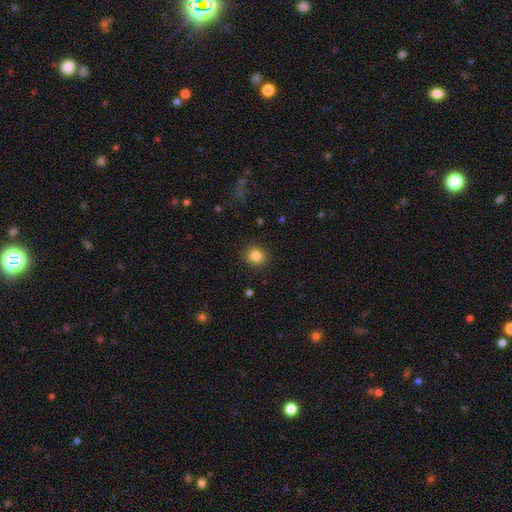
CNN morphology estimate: This is clearly a smooth galaxy (85%). How rounded: clearly round (83%). Merging: clearly none (90%).